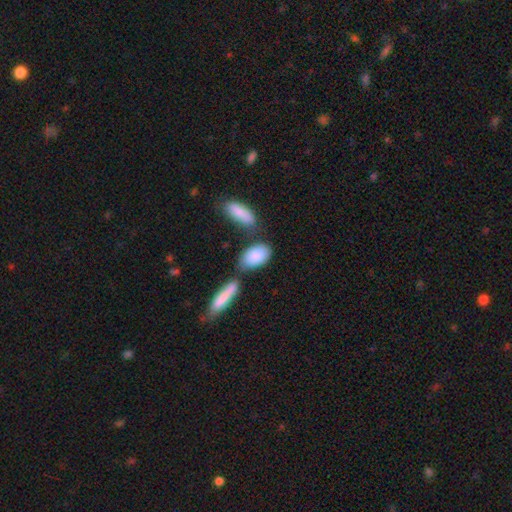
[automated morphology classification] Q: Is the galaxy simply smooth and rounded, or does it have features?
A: smooth — 85%.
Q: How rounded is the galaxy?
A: in between — 89%.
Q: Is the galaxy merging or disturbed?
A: none — 57%.